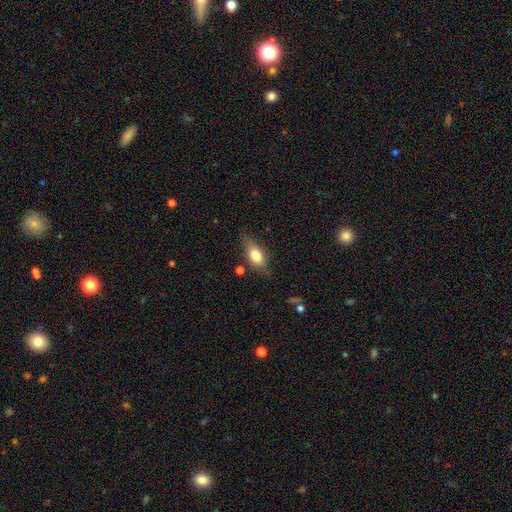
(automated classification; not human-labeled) The model was most divided on "smooth or featured": smooth: 69%, featured or disk: 23%, star or artifact: 7%. More confident: how rounded — in between (80%); merging — none (73%).